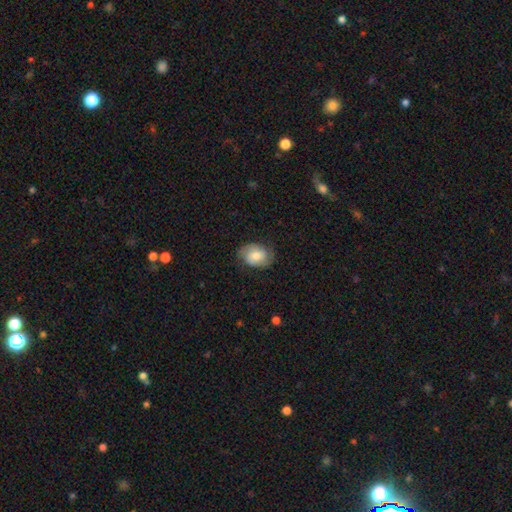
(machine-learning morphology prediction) A smooth galaxy with no disk features (55%) that is in between round and cigar-shaped (72%).

Vote fractions:
- Smooth or featured? smooth: 55% / featured or disk: 37% / star or artifact: 7%
- How rounded? in between: 72% / round: 27% / cigar-shaped: 1%
- Merging? none: 76% / minor disturbance: 18% / major disturbance: 5% / merger: 1%